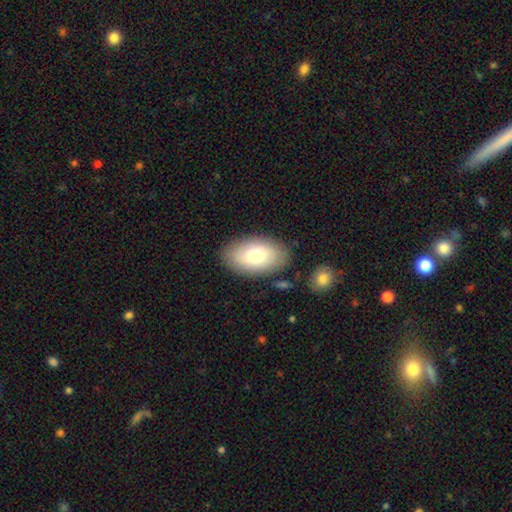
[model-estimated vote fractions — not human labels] smooth_or_featured: smooth (p=0.75) [alt: featured or disk p=0.18]
how_rounded: in between (p=0.93) [alt: round p=0.05]
merging: none (p=0.82) [alt: minor disturbance p=0.11]